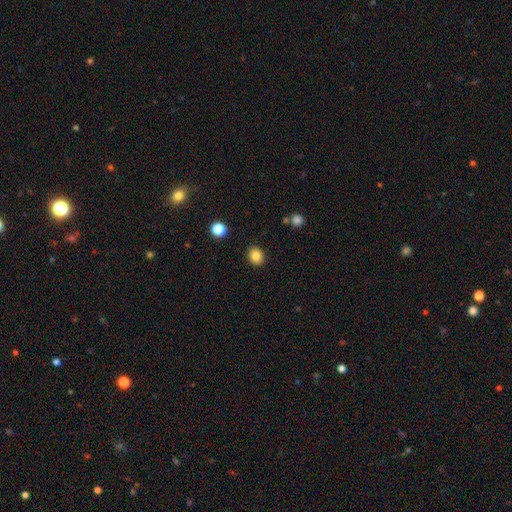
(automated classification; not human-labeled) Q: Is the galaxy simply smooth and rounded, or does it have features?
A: smooth — 85%.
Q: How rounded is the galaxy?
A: round — 56%.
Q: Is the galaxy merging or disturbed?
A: none — 88%.